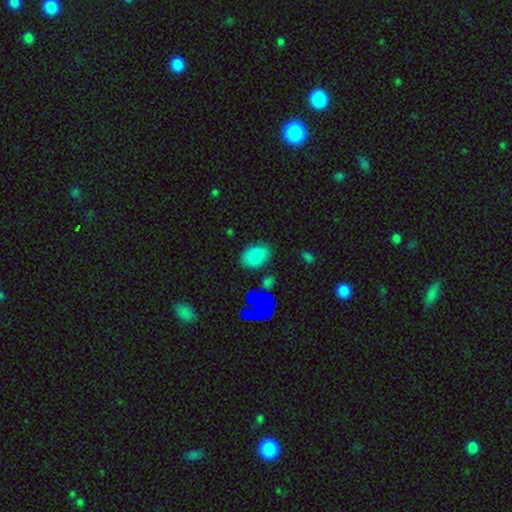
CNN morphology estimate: Smooth or featured? Predicted: smooth (p=0.78). How rounded? Predicted: in between (p=0.77). Merging? Predicted: none (p=0.78).